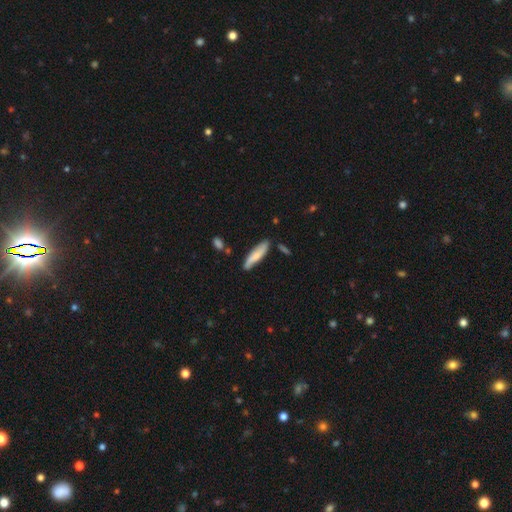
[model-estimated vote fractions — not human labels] Smooth or featured? Predicted: smooth (p=0.68). How rounded? Predicted: cigar-shaped (p=0.71). Merging? Predicted: none (p=0.74).